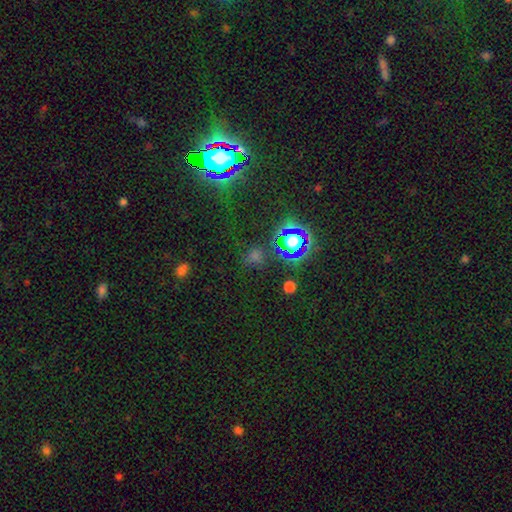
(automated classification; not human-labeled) Smooth or featured?
  - star or artifact: 62% *
  - smooth: 30%
  - featured or disk: 8%